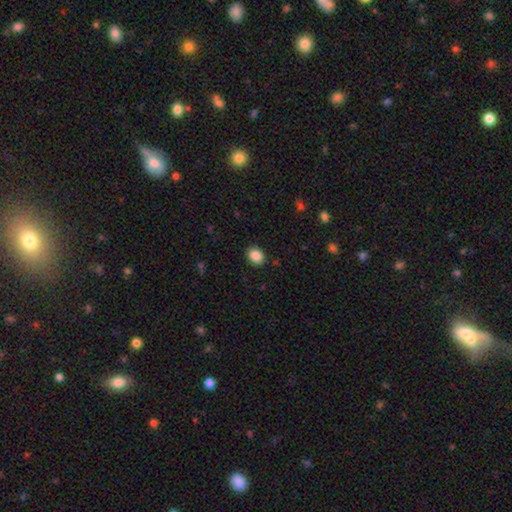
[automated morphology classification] A smooth galaxy with no disk features (88%) that is in between round and cigar-shaped (56%).

Vote fractions:
- Smooth or featured? smooth: 88% / star or artifact: 9% / featured or disk: 3%
- How rounded? in between: 56% / round: 44% / cigar-shaped: 1%
- Merging? none: 90% / minor disturbance: 7% / major disturbance: 2% / merger: 1%